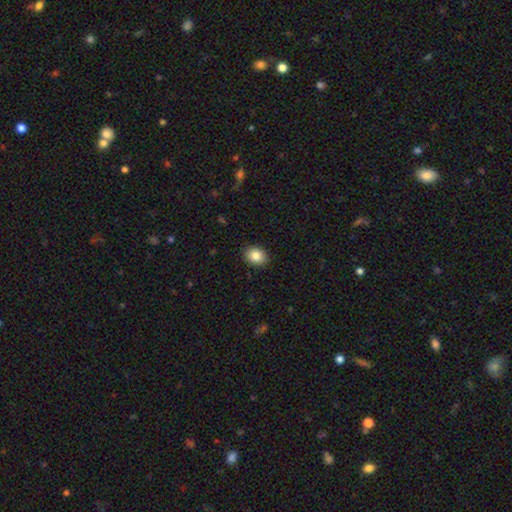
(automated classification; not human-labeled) smooth-or-featured: smooth: 85% | star or artifact: 8% | featured or disk: 6%
  how-rounded: in between: 64% | round: 35% | cigar-shaped: 1%
  merging: none: 90% | minor disturbance: 7% | major disturbance: 2% | merger: 1%